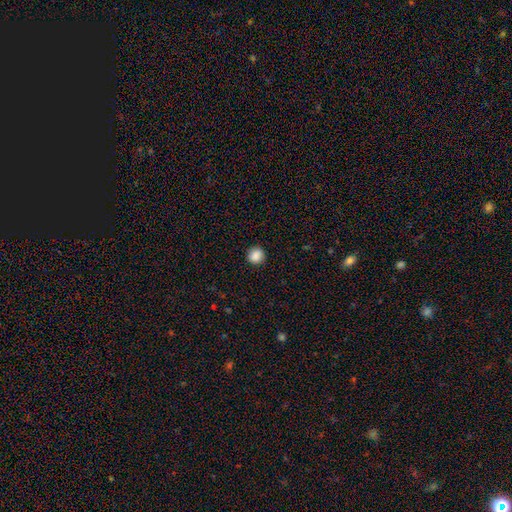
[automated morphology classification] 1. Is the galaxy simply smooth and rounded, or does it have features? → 88% smooth, 9% star or artifact, 3% featured or disk.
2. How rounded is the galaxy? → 90% round, 9% in between, 1% cigar-shaped.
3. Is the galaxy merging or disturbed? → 90% none, 7% minor disturbance, 2% major disturbance, 1% merger.